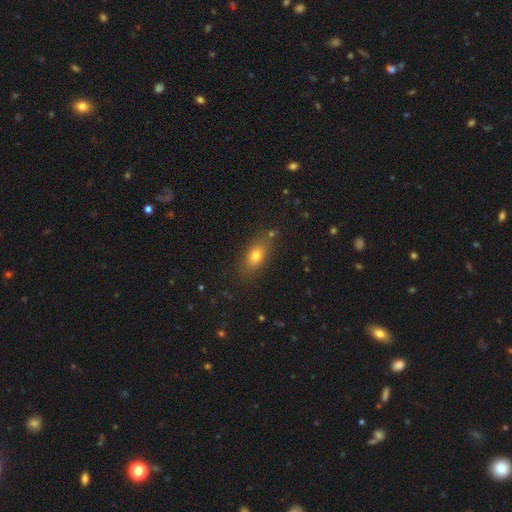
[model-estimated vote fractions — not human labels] smooth 75%, featured or disk 14%, star or artifact 11%. Down the decision tree: how rounded — in between (78%); merging — none (79%).